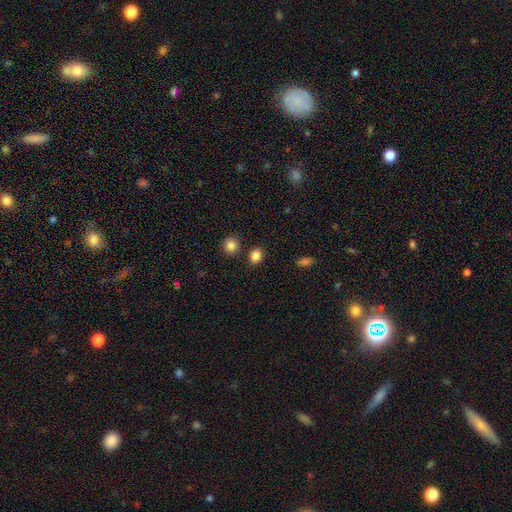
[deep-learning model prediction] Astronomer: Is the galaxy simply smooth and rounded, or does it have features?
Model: smooth — 85%.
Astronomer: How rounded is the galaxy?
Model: round — 62% (runner-up: in between, 37%).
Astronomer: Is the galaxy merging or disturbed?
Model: none — 83%.